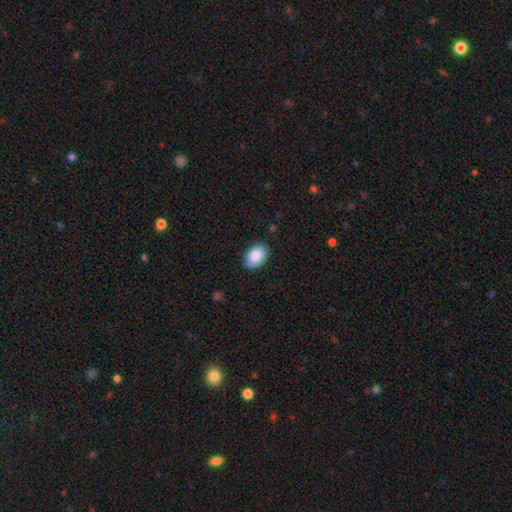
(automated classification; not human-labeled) Smooth or featured? Predicted: smooth (p=0.88). How rounded? Predicted: in between (p=0.88). Merging? Predicted: none (p=0.86).